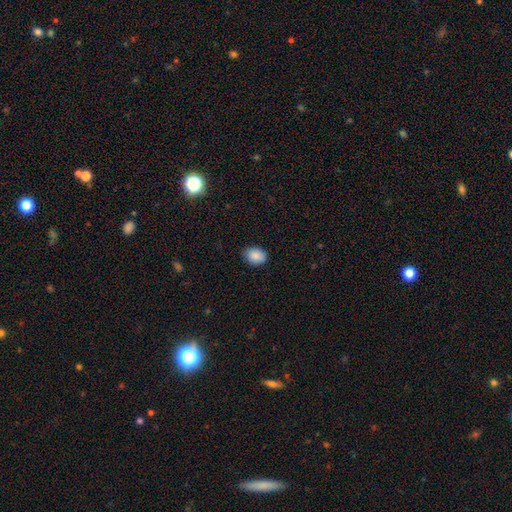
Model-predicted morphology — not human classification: A smooth galaxy with no disk features (88%) that is in between round and cigar-shaped (70%).

Vote fractions:
- Smooth or featured? smooth: 88% / star or artifact: 7% / featured or disk: 4%
- How rounded? in between: 70% / round: 29% / cigar-shaped: 1%
- Merging? none: 82% / minor disturbance: 14% / major disturbance: 2% / merger: 1%